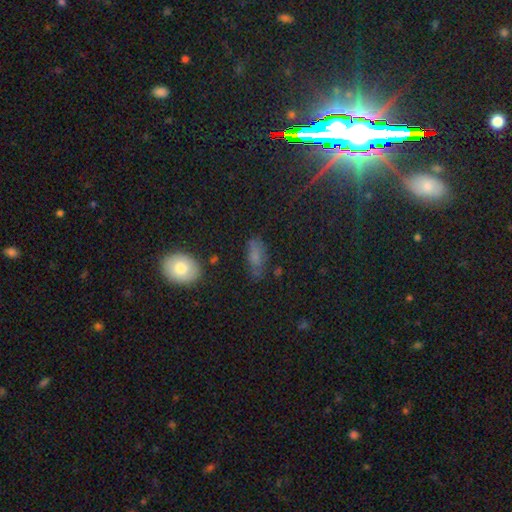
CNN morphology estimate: A smooth galaxy with no disk features (67%) that is in between round and cigar-shaped (80%). Merging: none (65%).